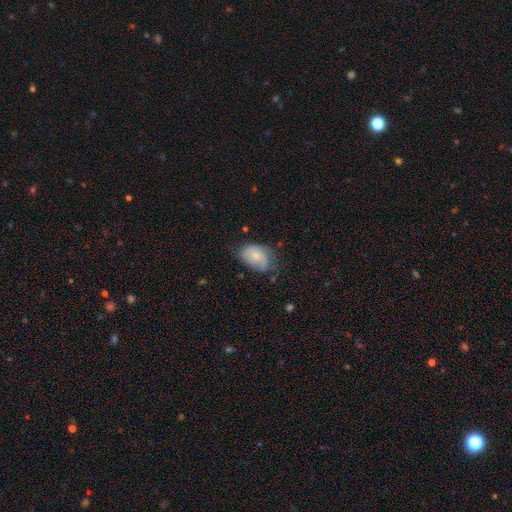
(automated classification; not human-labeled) Morphology: type=smooth (69%); roundness=in between (83%); merging=none (50%).